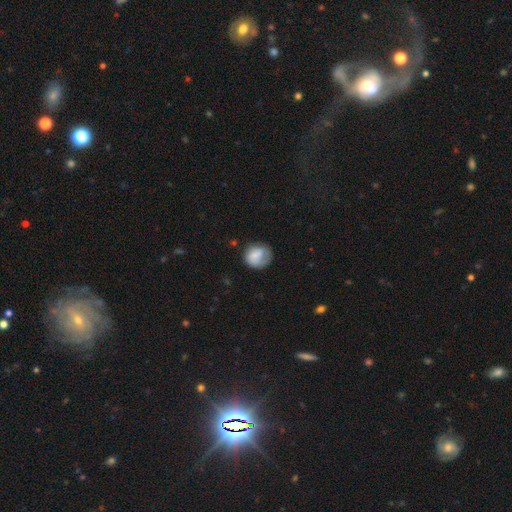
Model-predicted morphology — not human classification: Overall: smooth (72%). How rounded: round (77%). Merging: none (56%; minor disturbance 26%).